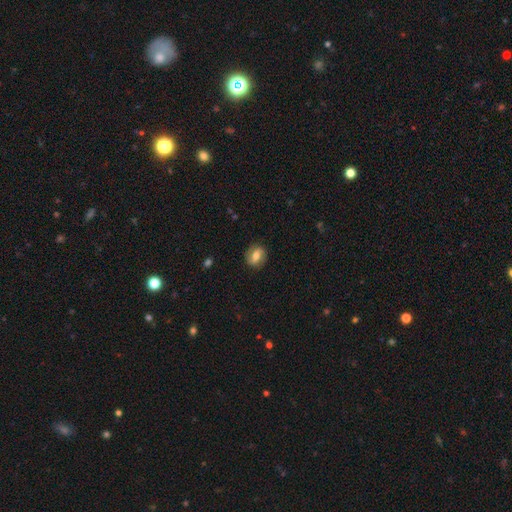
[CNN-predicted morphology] Q: Smooth or featured?
A: smooth (48%); runner-up: featured or disk (44%)
Q: Merging?
A: none (84%); runner-up: minor disturbance (11%)